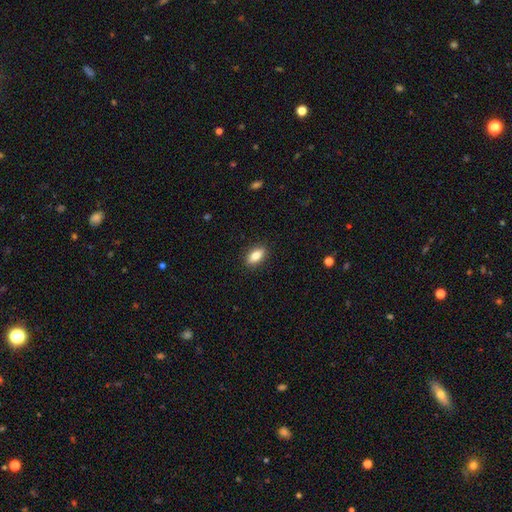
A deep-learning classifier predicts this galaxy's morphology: The model was most divided on "smooth or featured": smooth: 81%, featured or disk: 11%, star or artifact: 7%. More confident: merging — none (89%); how rounded — in between (85%).